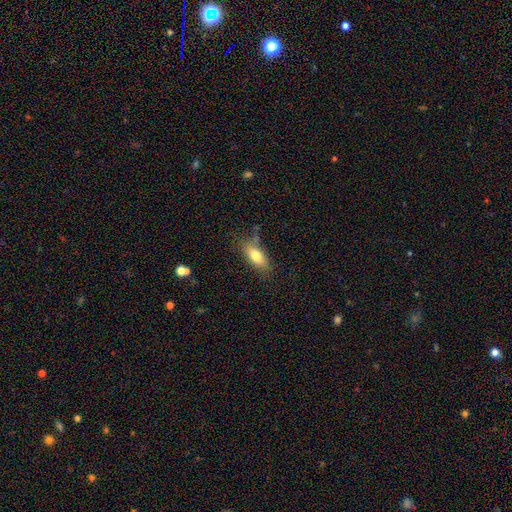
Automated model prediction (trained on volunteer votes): A smooth galaxy with no disk features (77%) that is in between round and cigar-shaped (81%). Merging: none (68%).